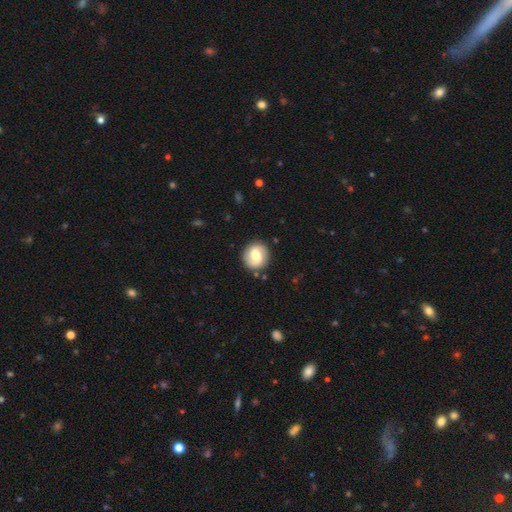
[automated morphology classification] Smooth or featured? Predicted: smooth (p=0.51). How rounded? Predicted: round (p=0.82). Merging? Predicted: none (p=0.87).